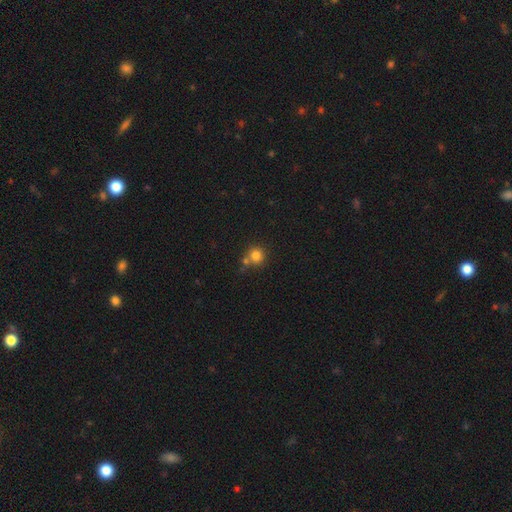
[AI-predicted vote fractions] Smooth or featured? smooth (81%)
How rounded? round (91%)
Merging? none (60%)